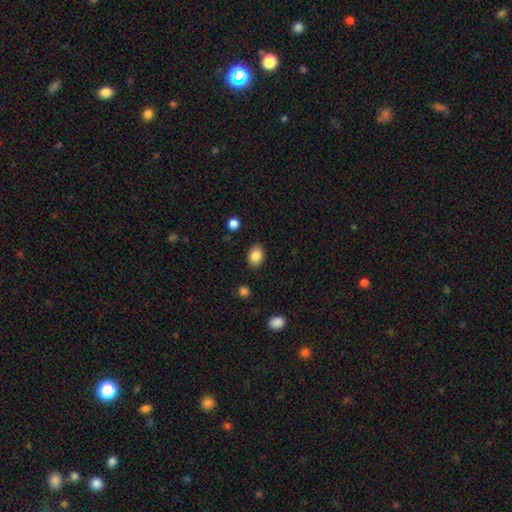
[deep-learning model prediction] This is clearly a smooth galaxy (86%). How rounded: likely in between (74%). Merging: clearly none (86%).